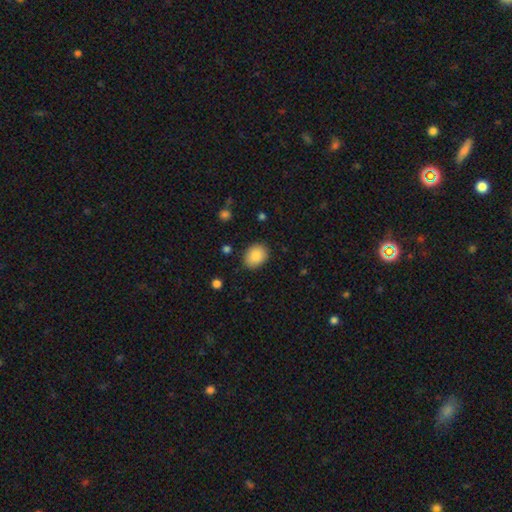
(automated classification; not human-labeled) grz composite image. It shows a smooth galaxy with no disk features (87%) that is in between round and cigar-shaped (61%). Merging: none (85%).